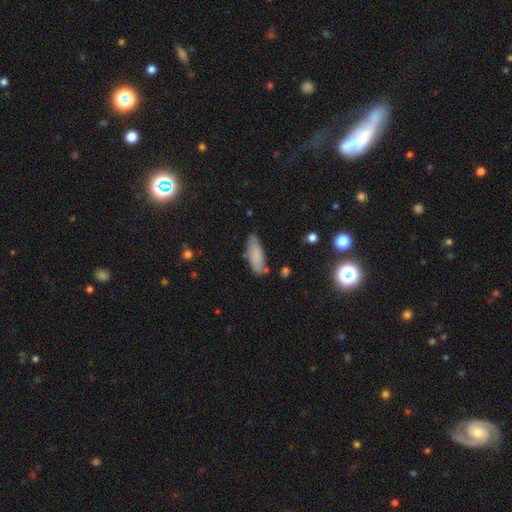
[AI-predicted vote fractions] Q: Smooth or featured?
A: smooth (82%); runner-up: featured or disk (11%)
Q: How rounded?
A: in between (60%); runner-up: cigar-shaped (39%)
Q: Merging?
A: none (75%); runner-up: minor disturbance (18%)